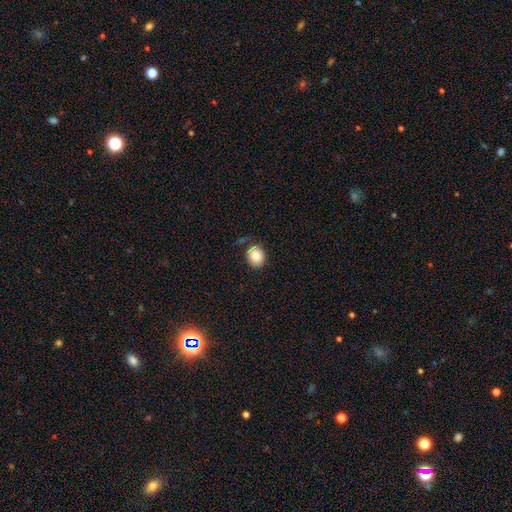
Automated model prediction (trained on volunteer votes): smooth_or_featured: smooth (p=0.84) [alt: star or artifact p=0.09]
how_rounded: round (p=0.62) [alt: in between p=0.38]
merging: none (p=0.77) [alt: minor disturbance p=0.14]